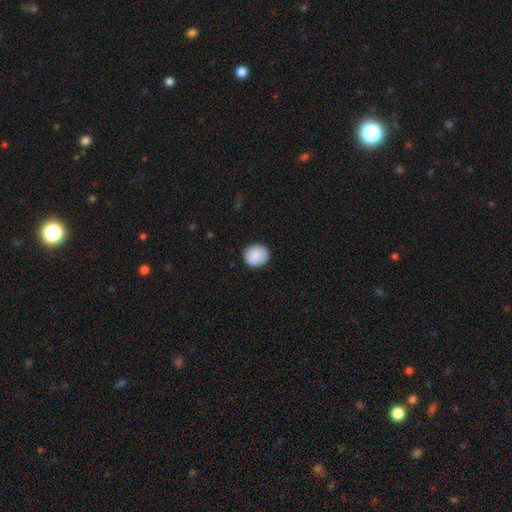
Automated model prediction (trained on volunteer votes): The model was most divided on "how rounded": round: 79%, in between: 20%, cigar-shaped: 1%. More confident: merging — none (88%); smooth or featured — smooth (87%).